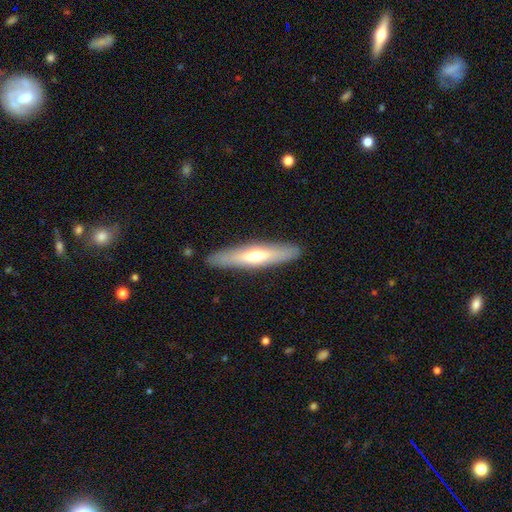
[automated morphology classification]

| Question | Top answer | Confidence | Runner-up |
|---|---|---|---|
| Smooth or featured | smooth | 48% | featured or disk (47%) |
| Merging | none | 89% | minor disturbance (8%) |